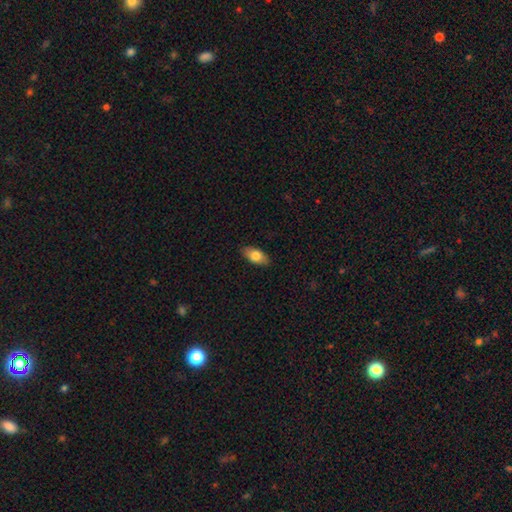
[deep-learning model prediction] A smooth galaxy with no disk features (77%) that is in between round and cigar-shaped (90%). Merging: none (88%).